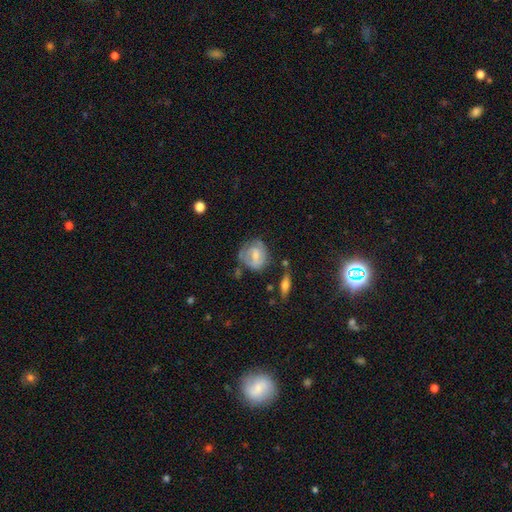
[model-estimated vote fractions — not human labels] Q: Smooth or featured?
A: featured or disk (54%); runner-up: smooth (39%)
Q: Edge-on disk?
A: no (96%); runner-up: yes (4%)
Q: Bar?
A: weak (47%); runner-up: no (37%)
Q: Spiral arms?
A: yes (66%); runner-up: no (34%)
Q: Bulge size?
A: small (43%); runner-up: moderate (39%)
Q: Merging?
A: none (52%); runner-up: minor disturbance (27%)